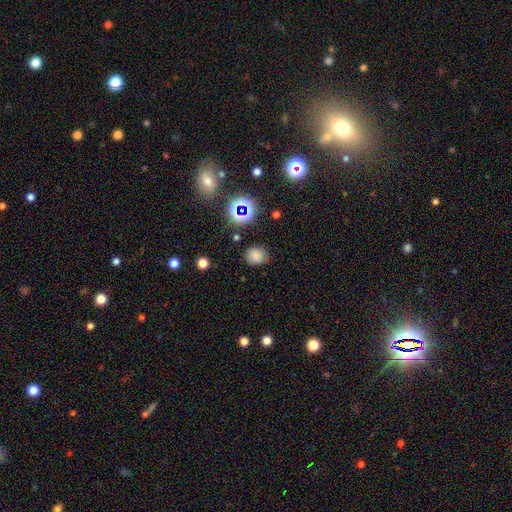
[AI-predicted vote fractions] Smooth or featured? smooth (75%)
How rounded? round (70%)
Merging? none (80%)